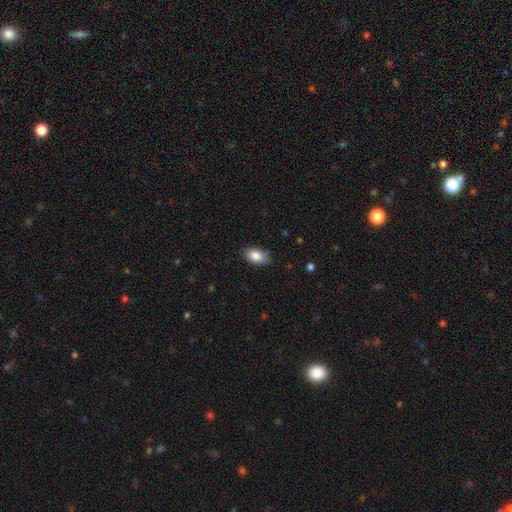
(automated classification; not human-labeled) Q: Smooth or featured?
A: smooth (86%); runner-up: featured or disk (7%)
Q: How rounded?
A: in between (91%); runner-up: round (7%)
Q: Merging?
A: none (79%); runner-up: minor disturbance (17%)